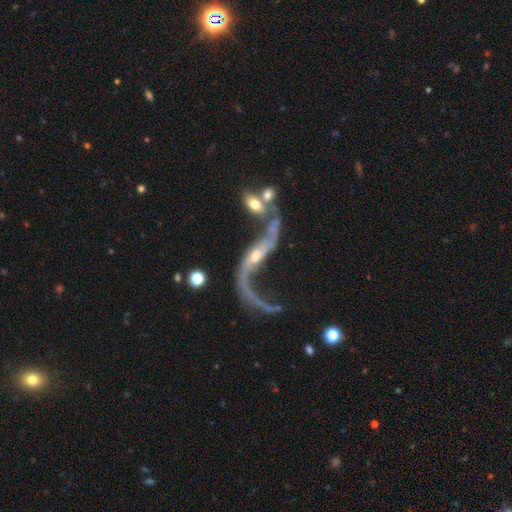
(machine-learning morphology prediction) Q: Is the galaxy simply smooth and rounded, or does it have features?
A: featured or disk — 86%.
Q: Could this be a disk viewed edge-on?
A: no — 88%.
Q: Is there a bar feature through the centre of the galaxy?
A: no — 43%.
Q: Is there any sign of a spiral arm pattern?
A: yes — 89%.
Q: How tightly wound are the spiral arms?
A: loose — 93%.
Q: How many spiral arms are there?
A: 2 — 85%.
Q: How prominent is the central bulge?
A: moderate — 45%.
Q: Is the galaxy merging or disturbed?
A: merger — 35%.